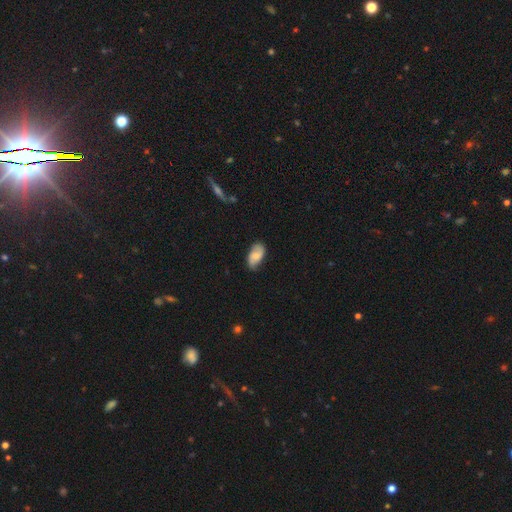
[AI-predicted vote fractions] A smooth galaxy with no disk features (48%). Merging: none (74%).